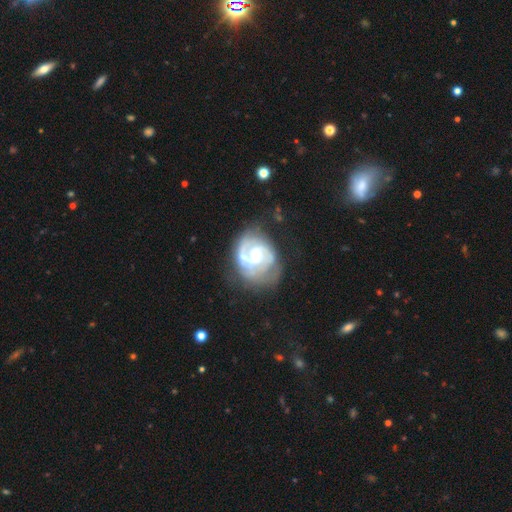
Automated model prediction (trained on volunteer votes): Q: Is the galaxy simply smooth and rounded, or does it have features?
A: featured or disk — 82%.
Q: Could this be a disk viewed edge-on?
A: no — 98%.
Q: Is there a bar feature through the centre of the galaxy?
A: no — 60%.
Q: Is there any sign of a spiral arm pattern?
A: yes — 87%.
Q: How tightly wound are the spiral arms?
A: tight — 45%.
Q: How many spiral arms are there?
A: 2 — 57%.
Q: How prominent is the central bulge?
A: moderate — 64%.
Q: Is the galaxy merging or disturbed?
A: none — 57%.